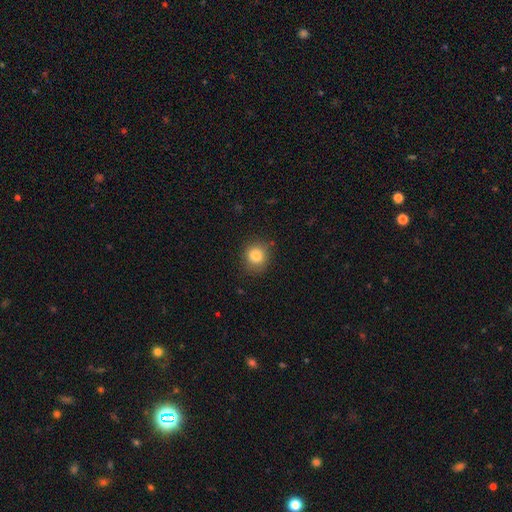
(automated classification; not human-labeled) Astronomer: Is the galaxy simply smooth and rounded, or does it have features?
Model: smooth — 82%.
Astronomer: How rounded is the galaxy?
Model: round — 80%.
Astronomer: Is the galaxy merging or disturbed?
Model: none — 83%.